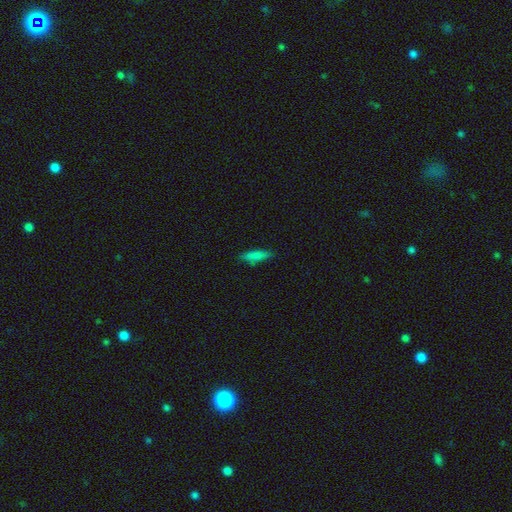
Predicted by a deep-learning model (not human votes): Smooth or featured?
  - smooth: 79% *
  - featured or disk: 12%
  - star or artifact: 9%
How rounded?
  - cigar-shaped: 71% *
  - in between: 27%
  - round: 2%
Merging?
  - none: 79% *
  - minor disturbance: 15%
  - major disturbance: 3%
  - merger: 2%